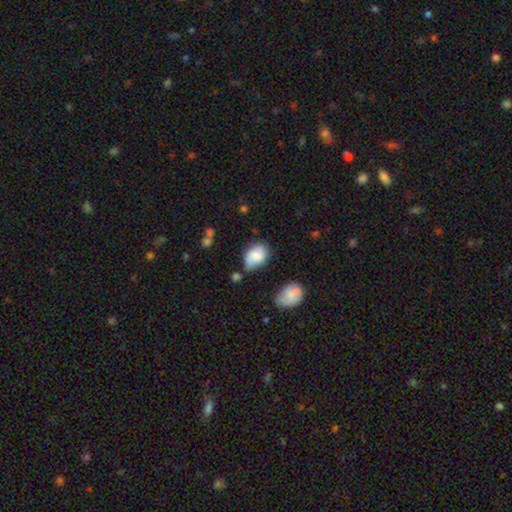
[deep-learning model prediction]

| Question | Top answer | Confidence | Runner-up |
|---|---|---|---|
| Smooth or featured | smooth | 73% | featured or disk (19%) |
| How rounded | in between | 77% | round (21%) |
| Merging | none | 47% | minor disturbance (34%) |